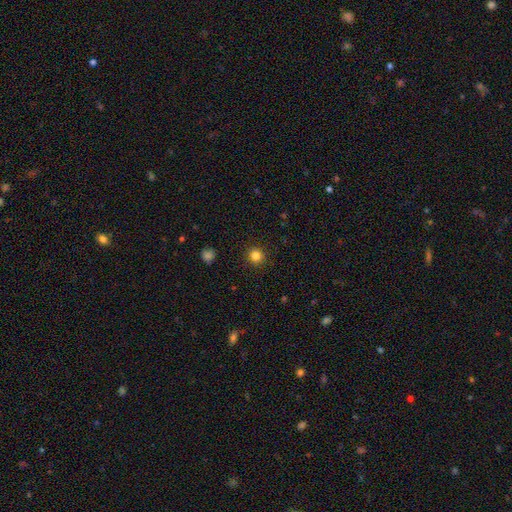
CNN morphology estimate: smooth 83%, star or artifact 13%, featured or disk 4%. Down the decision tree: how rounded — round (92%); merging — none (92%).